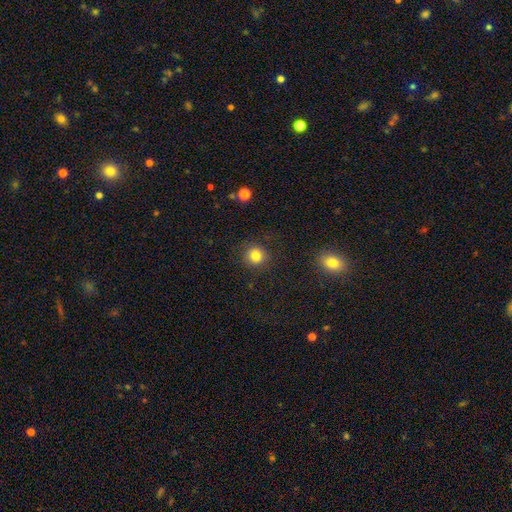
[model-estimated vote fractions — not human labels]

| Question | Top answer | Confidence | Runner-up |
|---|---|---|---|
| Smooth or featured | smooth | 82% | star or artifact (12%) |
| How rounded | round | 90% | in between (9%) |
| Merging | none | 88% | minor disturbance (8%) |